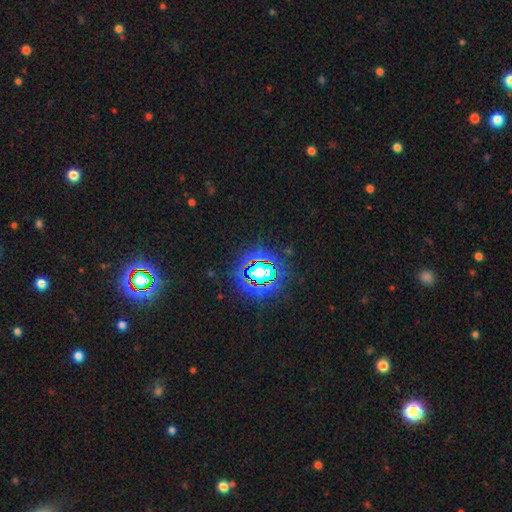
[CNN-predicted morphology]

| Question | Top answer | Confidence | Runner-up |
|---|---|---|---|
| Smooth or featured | star or artifact | 80% | smooth (12%) |